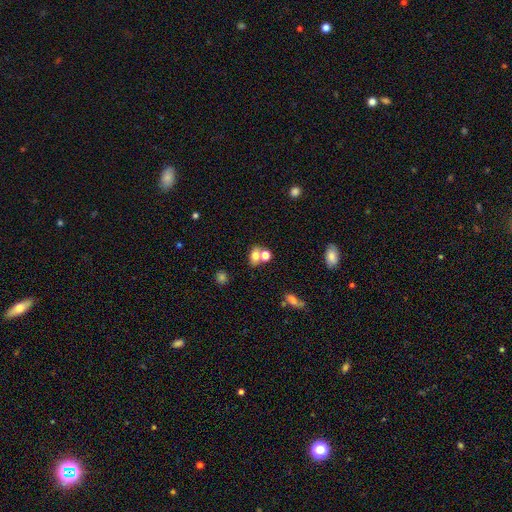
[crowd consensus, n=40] A smooth galaxy with no disk features (80%) that is round (59%). Merging: none (45%).